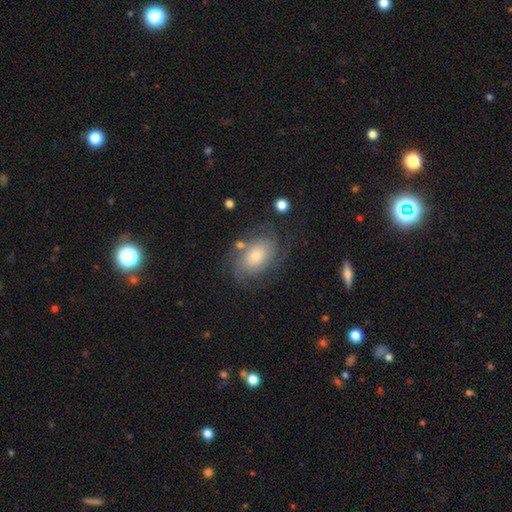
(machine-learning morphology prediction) The model was most divided on "bulge size": small: 45%, moderate: 39%, large: 10%, none: 3%, dominant: 2%. More confident: edge-on disk — no (95%); spiral arms — yes (83%); bar — no (77%); merging — none (64%); smooth or featured — featured or disk (59%).